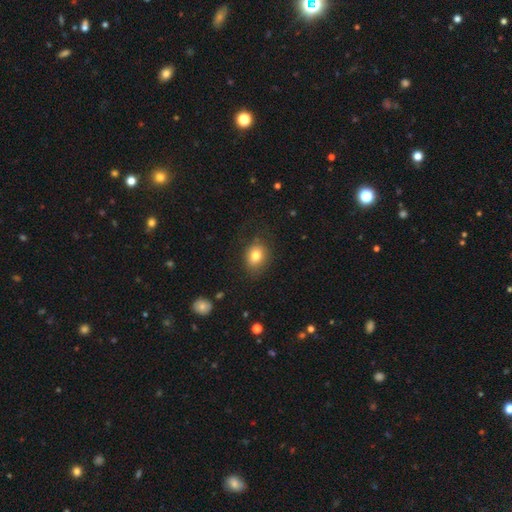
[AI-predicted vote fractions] The model was most divided on "how rounded": in between: 58%, round: 41%, cigar-shaped: 1%. More confident: smooth or featured — smooth (80%); merging — none (77%).